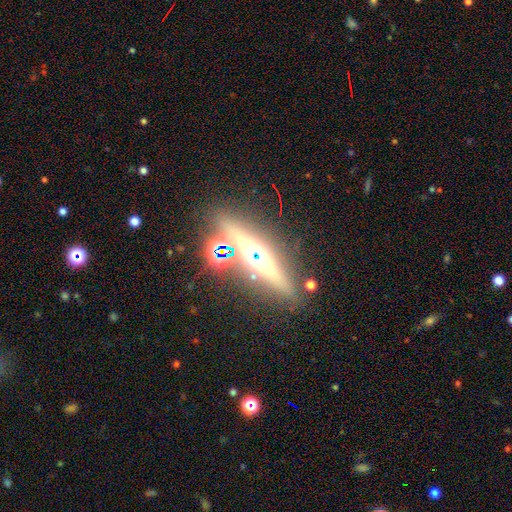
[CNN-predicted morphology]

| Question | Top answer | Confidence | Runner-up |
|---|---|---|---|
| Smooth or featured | featured or disk | 58% | star or artifact (23%) |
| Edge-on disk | yes | 89% | no (11%) |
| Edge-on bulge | rounded | 89% | boxy (7%) |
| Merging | none | 82% | minor disturbance (9%) |